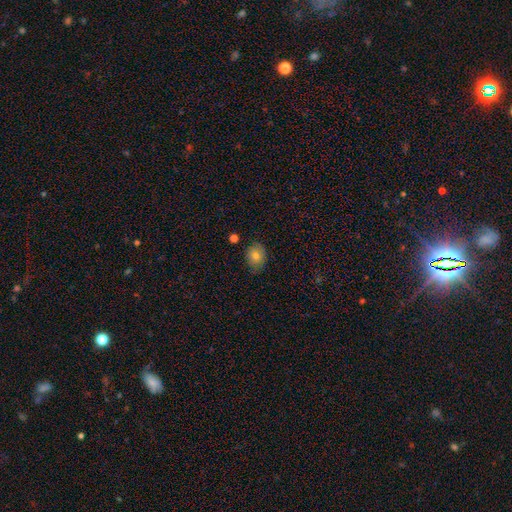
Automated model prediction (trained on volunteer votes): Morphology: type=smooth (79%); roundness=round (51%); merging=none (79%).